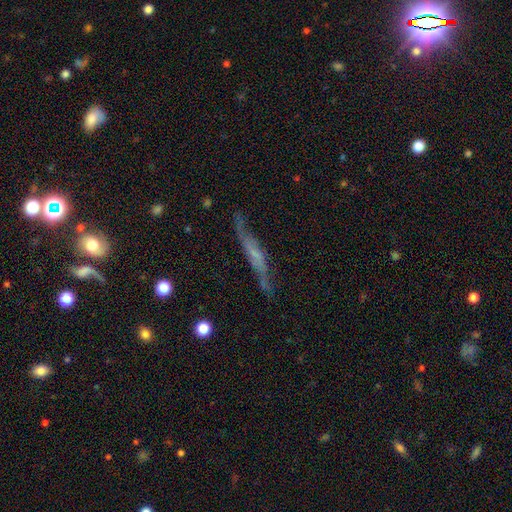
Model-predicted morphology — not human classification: This is likely a featured or disk galaxy (64%). It is likely viewed edge-on (65%). Merging: likely none (62%).